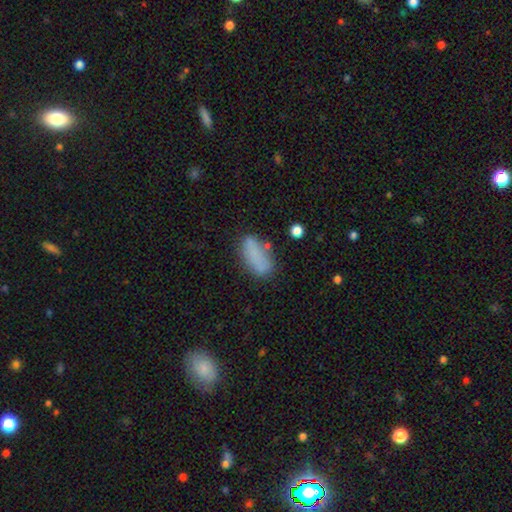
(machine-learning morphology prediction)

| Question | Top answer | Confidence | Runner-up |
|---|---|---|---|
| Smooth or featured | smooth | 77% | featured or disk (13%) |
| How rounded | in between | 83% | cigar-shaped (14%) |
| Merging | none | 62% | minor disturbance (21%) |